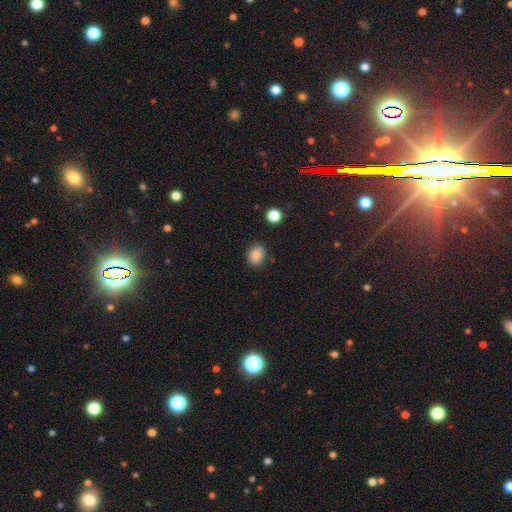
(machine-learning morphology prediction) A smooth galaxy with no disk features (83%) that is round (58%). Merging: none (81%).